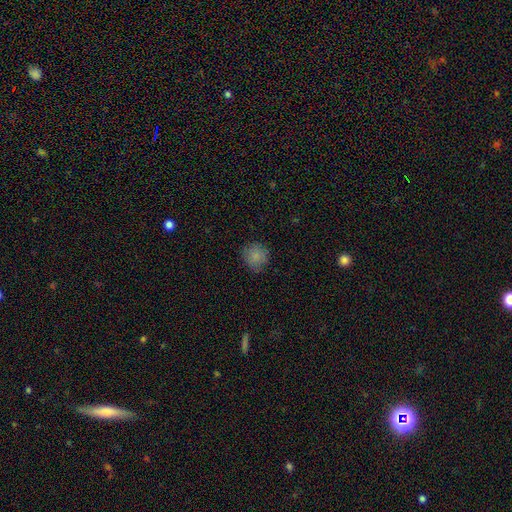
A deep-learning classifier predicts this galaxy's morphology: Smooth or featured?
  - smooth: 85% *
  - star or artifact: 10%
  - featured or disk: 5%
How rounded?
  - round: 88% *
  - in between: 11%
  - cigar-shaped: 1%
Merging?
  - none: 82% *
  - minor disturbance: 14%
  - major disturbance: 3%
  - merger: 1%